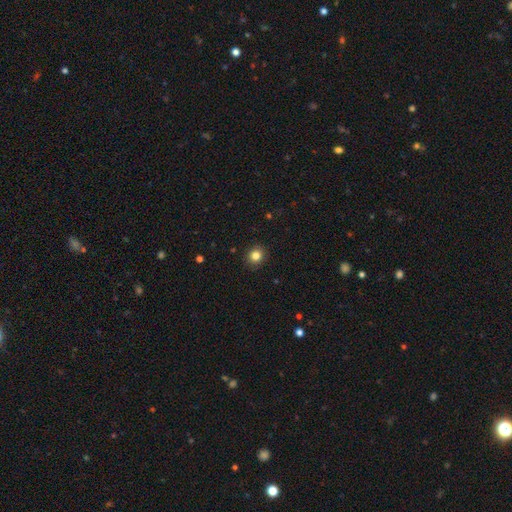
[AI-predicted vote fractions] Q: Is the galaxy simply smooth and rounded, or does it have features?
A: smooth — 83%.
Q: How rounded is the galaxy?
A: round — 86%.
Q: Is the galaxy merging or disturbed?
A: none — 91%.